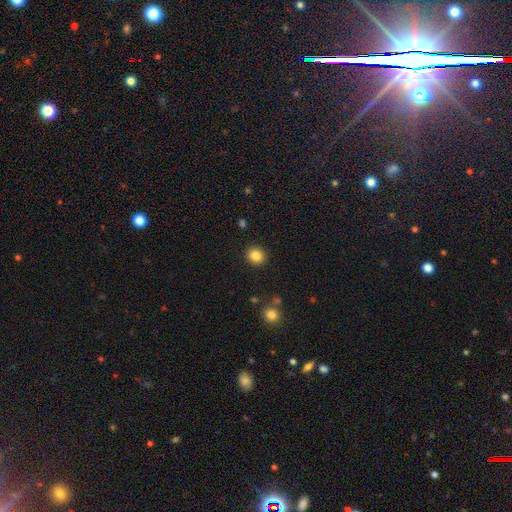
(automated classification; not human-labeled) Smooth or featured? smooth (85%)
How rounded? round (80%)
Merging? none (91%)